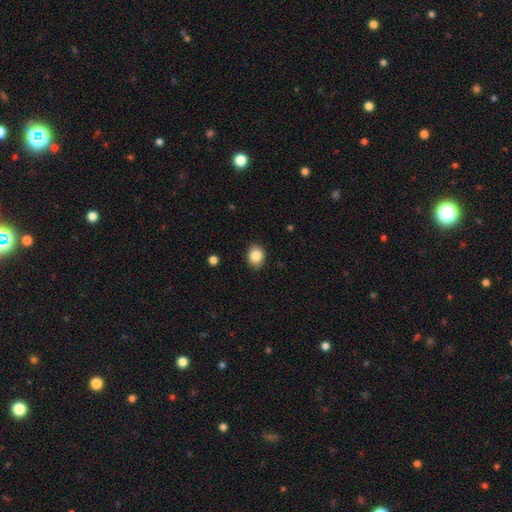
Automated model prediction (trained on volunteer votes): Smooth or featured? smooth (85%)
How rounded? round (52%)
Merging? none (89%)